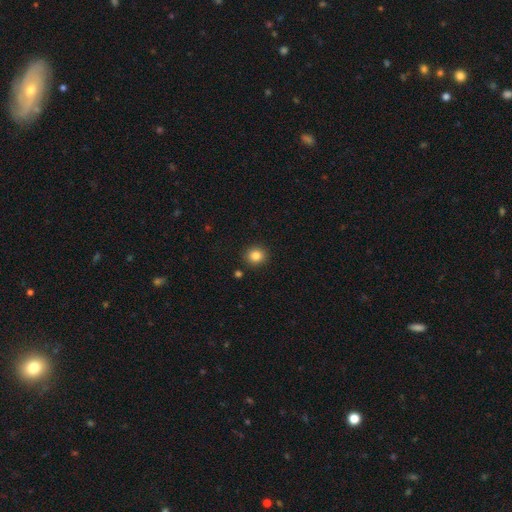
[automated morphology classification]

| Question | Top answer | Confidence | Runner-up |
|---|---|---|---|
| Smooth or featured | smooth | 85% | star or artifact (11%) |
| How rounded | round | 85% | in between (14%) |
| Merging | none | 89% | minor disturbance (7%) |